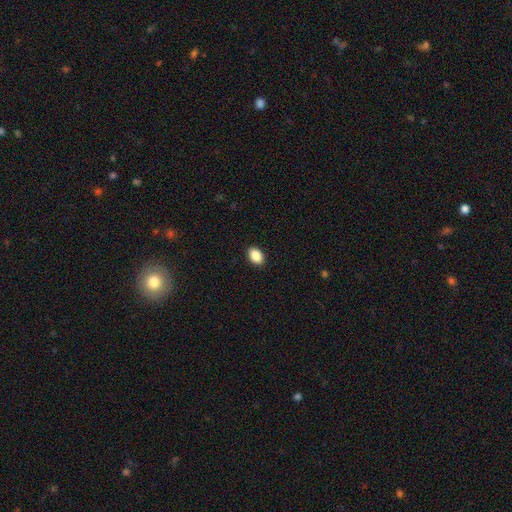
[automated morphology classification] The model was most divided on "how rounded": in between: 87%, round: 12%, cigar-shaped: 1%. More confident: merging — none (90%); smooth or featured — smooth (89%).